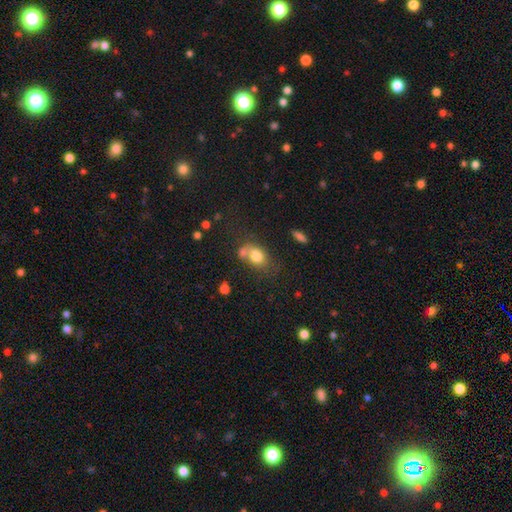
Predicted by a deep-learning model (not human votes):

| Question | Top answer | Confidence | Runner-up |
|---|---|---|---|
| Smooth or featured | smooth | 77% | featured or disk (13%) |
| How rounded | in between | 67% | round (32%) |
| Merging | none | 39% | merger (35%) |